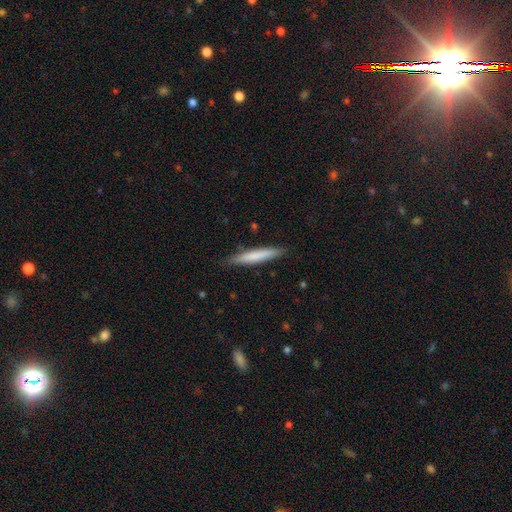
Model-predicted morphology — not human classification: A smooth galaxy with no disk features (73%) that is cigar-shaped (93%). Merging: none (87%).